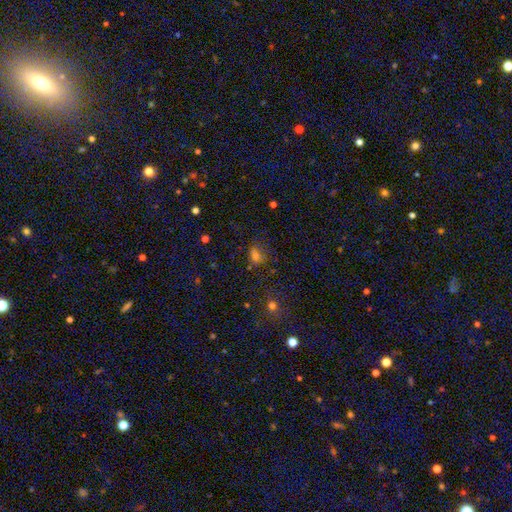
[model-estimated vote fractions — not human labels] smooth 60%, star or artifact 29%, featured or disk 11%. Down the decision tree: how rounded — round (54%); merging — none (54%).